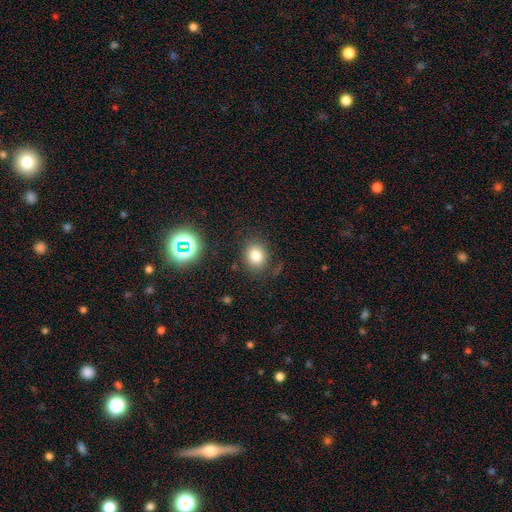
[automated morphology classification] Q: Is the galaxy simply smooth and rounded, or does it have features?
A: smooth — 78%.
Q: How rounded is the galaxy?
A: round — 63%.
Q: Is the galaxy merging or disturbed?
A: none — 81%.